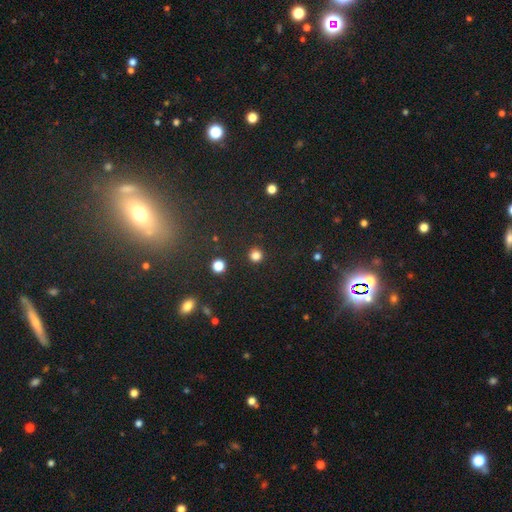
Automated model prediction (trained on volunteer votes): This appears to be a smooth galaxy with no disk features (82%) that is round (94%). Merging: none (92%).